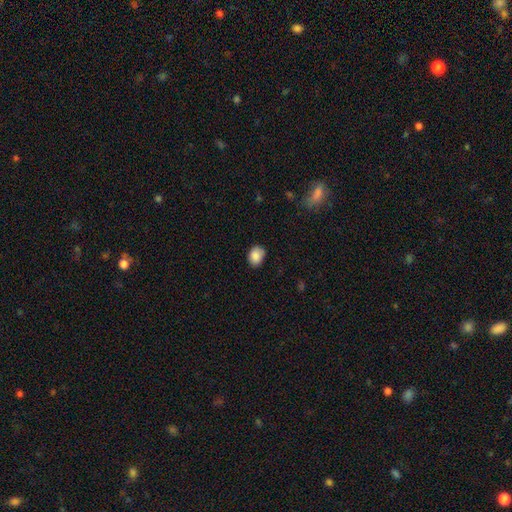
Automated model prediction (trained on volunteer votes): Smooth or featured?
  - smooth: 86% *
  - star or artifact: 8%
  - featured or disk: 6%
How rounded?
  - in between: 60% *
  - round: 39%
  - cigar-shaped: 1%
Merging?
  - none: 75% *
  - minor disturbance: 20%
  - major disturbance: 3%
  - merger: 1%